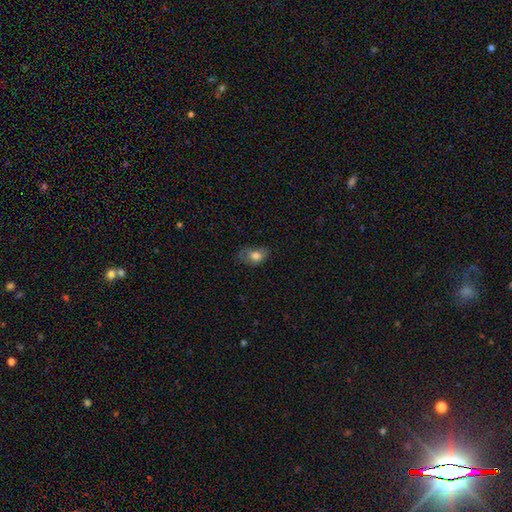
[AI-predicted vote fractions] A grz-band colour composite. It shows a smooth galaxy with no disk features (74%) that is in between round and cigar-shaped (83%). Merging: none (43%).